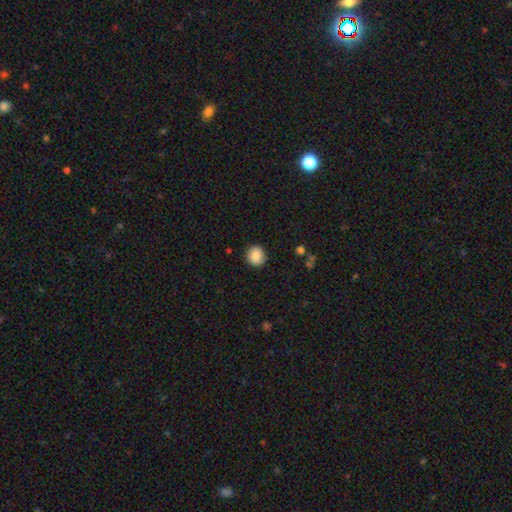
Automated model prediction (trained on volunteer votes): smooth_or_featured: smooth (p=0.88) [alt: star or artifact p=0.08]
how_rounded: round (p=0.84) [alt: in between p=0.15]
merging: none (p=0.90) [alt: minor disturbance p=0.07]